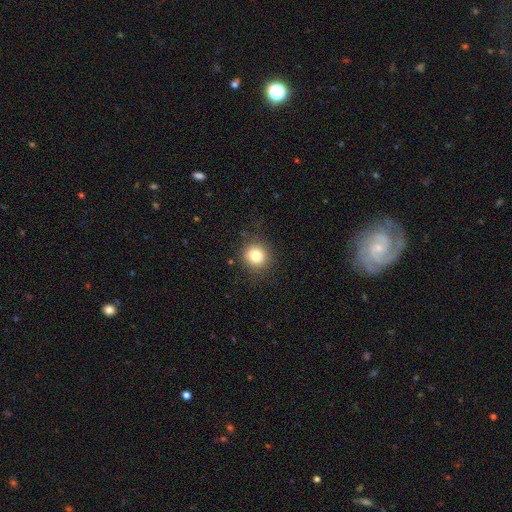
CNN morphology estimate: Smooth or featured? smooth (81%)
How rounded? round (90%)
Merging? none (85%)